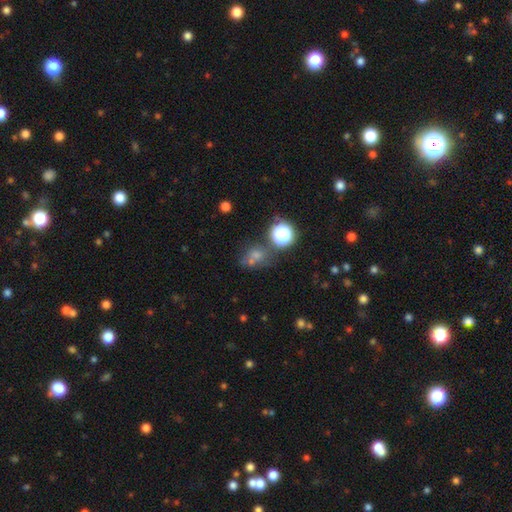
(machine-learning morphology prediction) Q: Smooth or featured?
A: smooth (61%); runner-up: star or artifact (26%)
Q: How rounded?
A: round (65%); runner-up: in between (34%)
Q: Merging?
A: none (48%); runner-up: merger (27%)